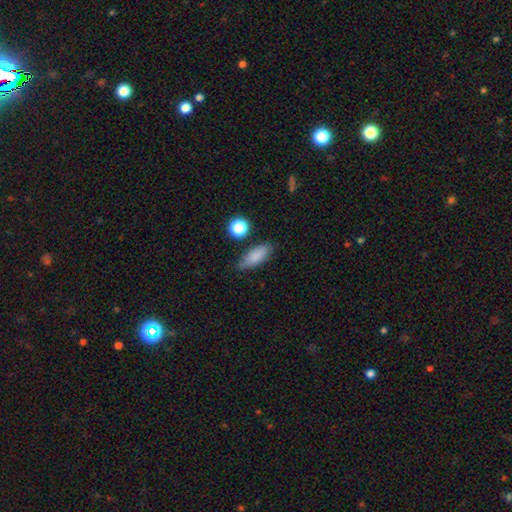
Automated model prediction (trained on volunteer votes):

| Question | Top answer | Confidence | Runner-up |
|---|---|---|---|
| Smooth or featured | smooth | 82% | featured or disk (9%) |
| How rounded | in between | 69% | cigar-shaped (27%) |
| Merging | none | 75% | minor disturbance (17%) |